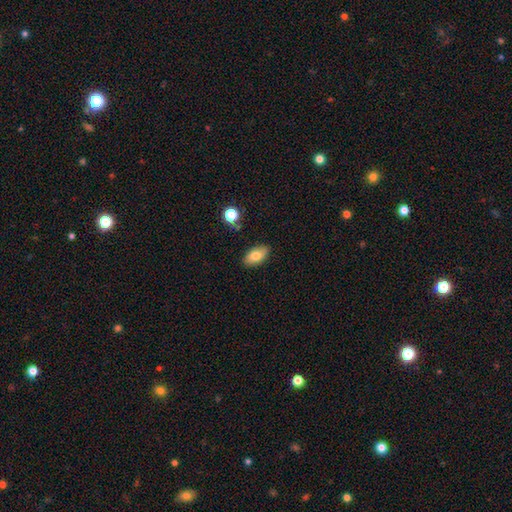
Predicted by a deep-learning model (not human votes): smooth_or_featured: smooth (p=0.79) [alt: featured or disk p=0.13]
how_rounded: in between (p=0.92) [alt: round p=0.05]
merging: none (p=0.86) [alt: minor disturbance p=0.10]